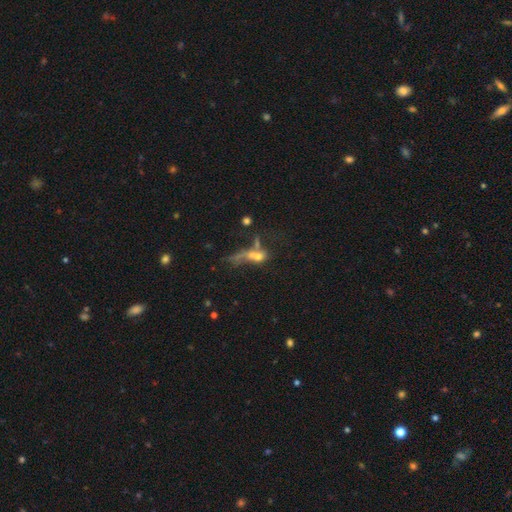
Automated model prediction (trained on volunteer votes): This is marginally a featured or disk galaxy (42%). Merging: marginally merger (39%).